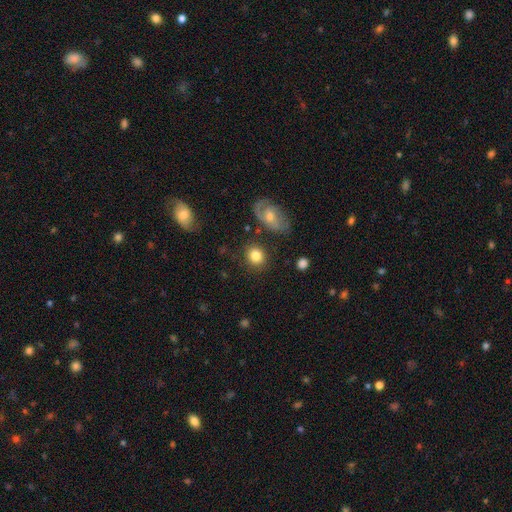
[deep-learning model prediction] Smooth or featured: smooth — 81% (featured or disk — 11%)
How rounded: round — 73% (in between — 26%)
Merging: none — 80% (minor disturbance — 11%)